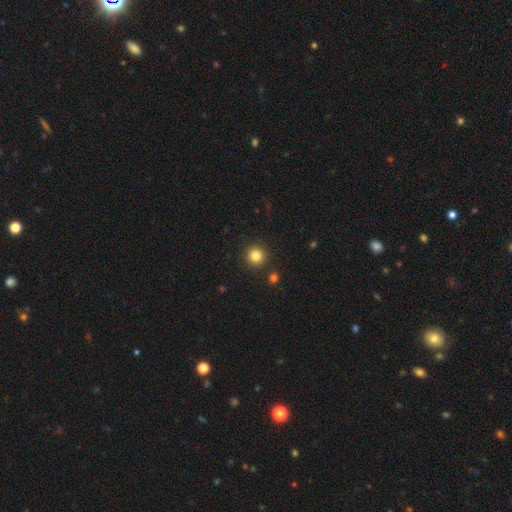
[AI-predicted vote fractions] This appears to be a smooth galaxy with no disk features (83%) that is round (95%). Merging: none (91%).